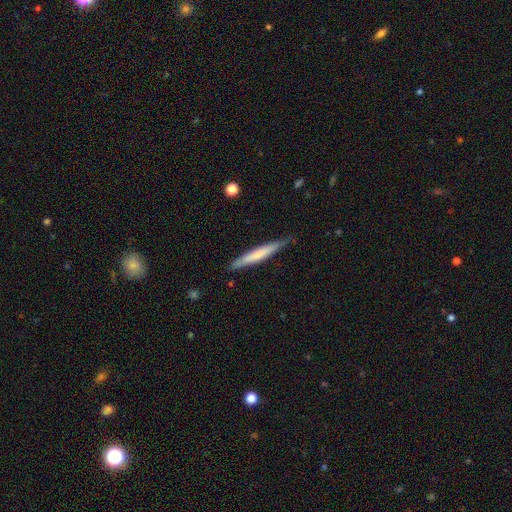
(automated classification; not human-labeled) The model was most divided on "smooth or featured": smooth: 60%, featured or disk: 35%, star or artifact: 5%. More confident: how rounded — cigar-shaped (95%); merging — none (81%).